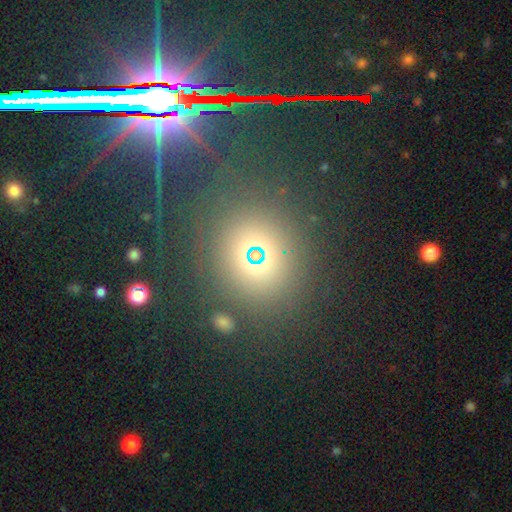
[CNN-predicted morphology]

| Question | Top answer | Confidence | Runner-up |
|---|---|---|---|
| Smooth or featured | star or artifact | 52% | smooth (32%) |